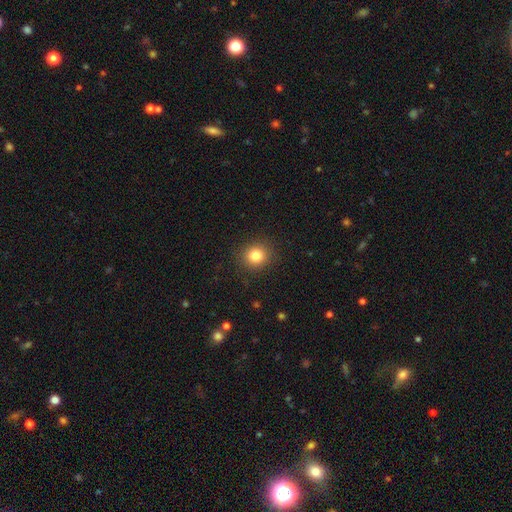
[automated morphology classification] A smooth galaxy with no disk features (82%) that is round (85%).

Vote fractions:
- Smooth or featured? smooth: 82% / star or artifact: 12% / featured or disk: 6%
- How rounded? round: 85% / in between: 14% / cigar-shaped: 1%
- Merging? none: 90% / minor disturbance: 7% / major disturbance: 2% / merger: 1%